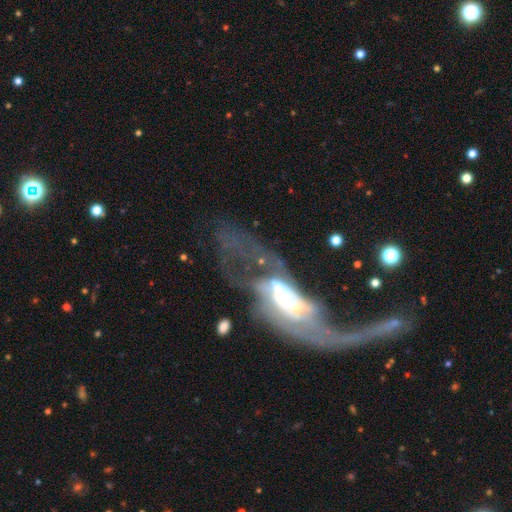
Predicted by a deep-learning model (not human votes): smooth-or-featured: featured or disk: 79% | smooth: 12% | star or artifact: 9%
  disk-edge-on: no: 90% | yes: 10%
    bar: weak: 42% | no: 32% | strong: 25%
    has-spiral-arms: yes: 80% | no: 20%
      spiral-winding: loose: 63% | medium: 27% | tight: 10%
      spiral-arm-count: 2: 51% | 1: 25% | can't tell: 15% | 3: 5% | 4: 3% | more than 4: 3%
    bulge-size: moderate: 52% | large: 20% | small: 19% | none: 5% | dominant: 3%
  merging: major disturbance: 52% | merger: 19% | none: 18% | minor disturbance: 11%